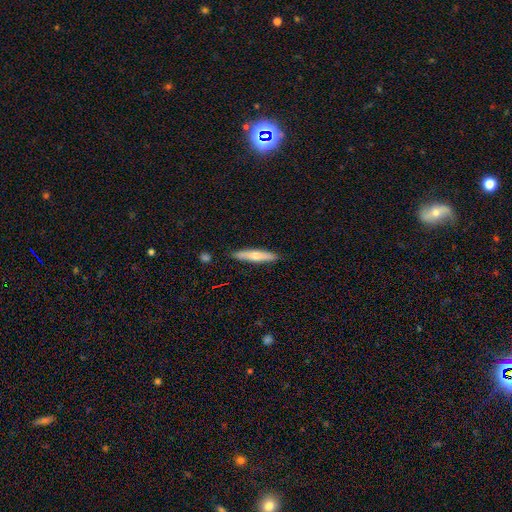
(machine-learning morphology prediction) smooth 56%, featured or disk 38%, star or artifact 6%. Down the decision tree: how rounded — cigar-shaped (88%); merging — none (88%).